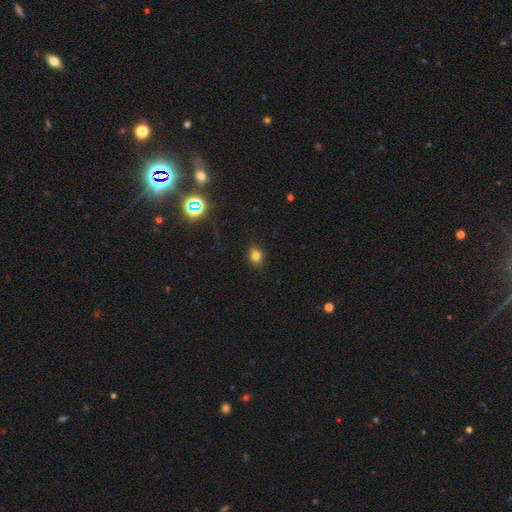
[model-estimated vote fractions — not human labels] Smooth or featured? smooth (79%)
How rounded? in between (58%)
Merging? none (87%)